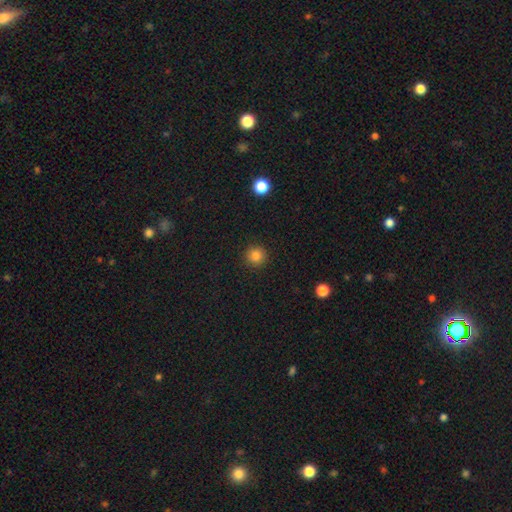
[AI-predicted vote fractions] Smooth or featured: smooth — 84% (star or artifact — 12%)
How rounded: round — 95% (in between — 4%)
Merging: none — 92% (minor disturbance — 5%)